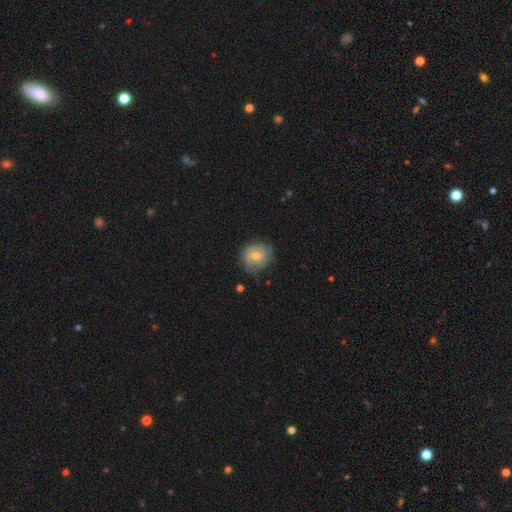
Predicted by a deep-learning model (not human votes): A featured or disk galaxy (49%). Merging: none (68%).